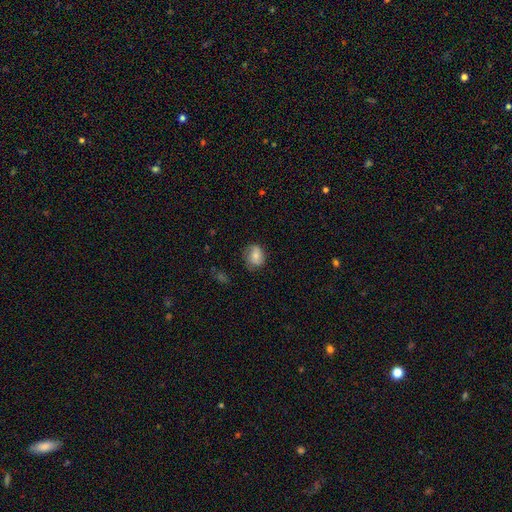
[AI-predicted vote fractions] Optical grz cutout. It shows a smooth galaxy with no disk features (60%) that is round (53%). Merging: none (64%).